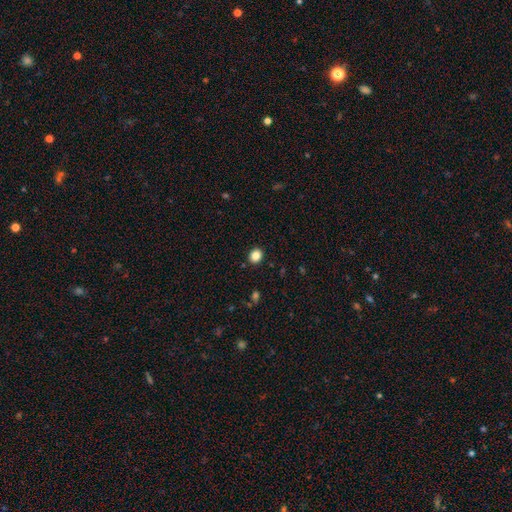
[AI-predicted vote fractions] Smooth or featured: smooth — 85% (star or artifact — 11%)
How rounded: round — 66% (in between — 33%)
Merging: none — 91% (minor disturbance — 6%)